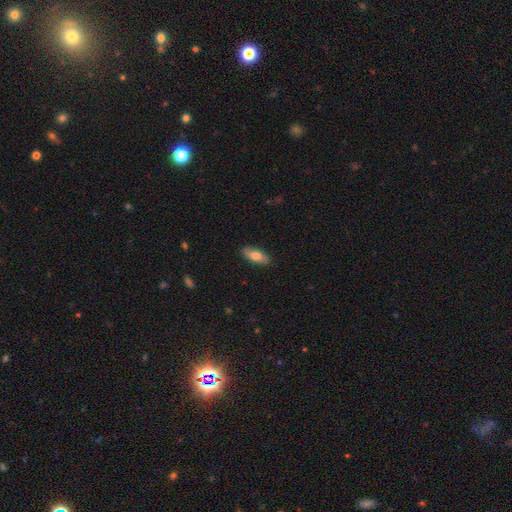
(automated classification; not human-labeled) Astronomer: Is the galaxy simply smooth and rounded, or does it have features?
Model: smooth — 72%.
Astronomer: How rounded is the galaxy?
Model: in between — 78%.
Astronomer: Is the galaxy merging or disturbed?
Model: none — 88%.